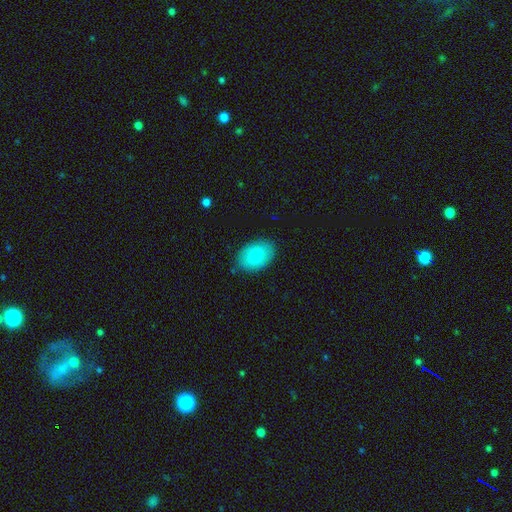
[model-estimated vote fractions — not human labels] Smooth or featured? Predicted: smooth (p=0.78). How rounded? Predicted: in between (p=0.86). Merging? Predicted: none (p=0.84).